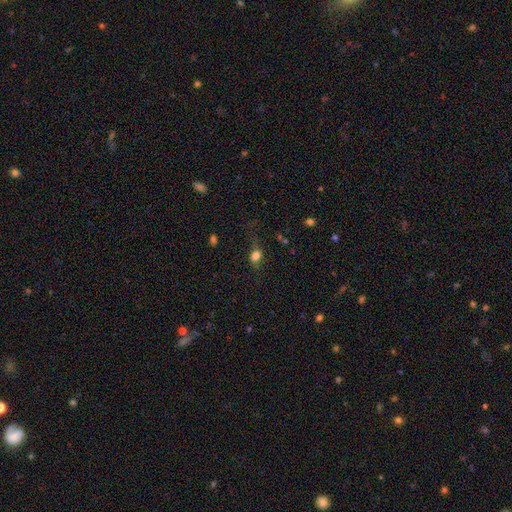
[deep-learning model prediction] smooth 75%, featured or disk 13%, star or artifact 12%. Down the decision tree: how rounded — in between (61%); merging — none (55%).